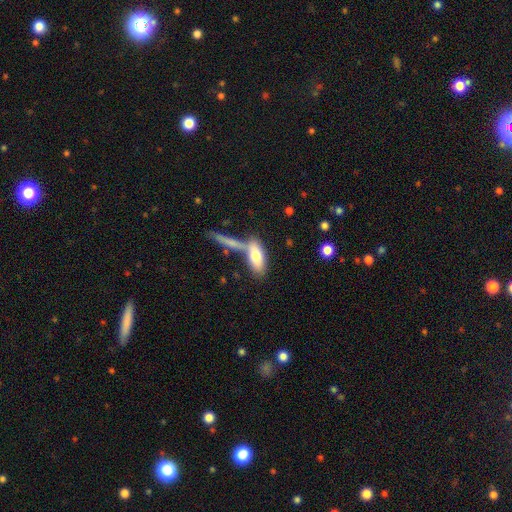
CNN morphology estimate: smooth 73%, featured or disk 21%, star or artifact 6%. Down the decision tree: how rounded — in between (73%); merging — none (45%).